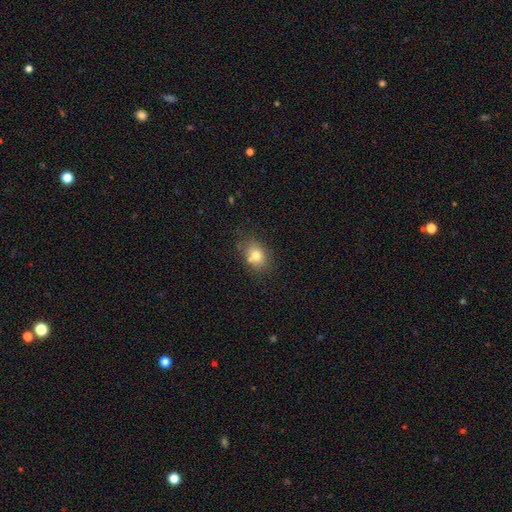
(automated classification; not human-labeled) Smooth or featured?
  - smooth: 76% *
  - featured or disk: 13%
  - star or artifact: 11%
How rounded?
  - in between: 55% *
  - round: 43%
  - cigar-shaped: 1%
Merging?
  - none: 69% *
  - minor disturbance: 15%
  - merger: 12%
  - major disturbance: 4%